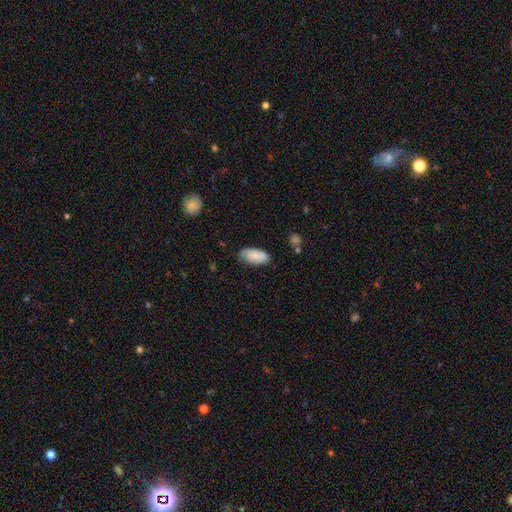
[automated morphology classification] Overall: smooth (80%). How rounded: in between (93%). Merging: none (68%).